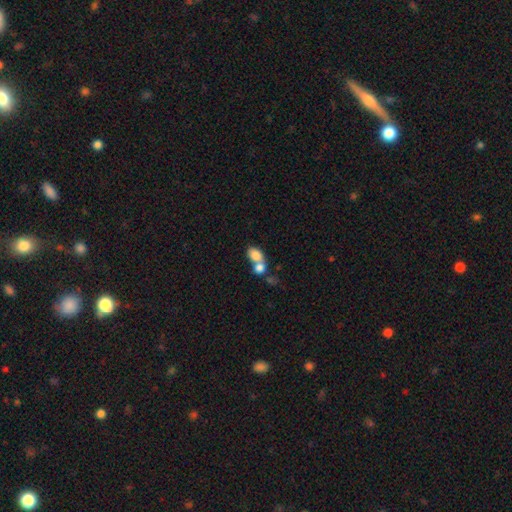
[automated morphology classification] This appears to be a smooth galaxy with no disk features (80%) that is in between round and cigar-shaped (71%). Merging: merger (66%).